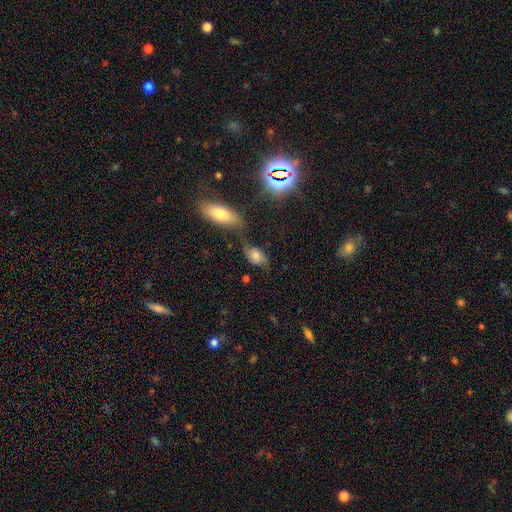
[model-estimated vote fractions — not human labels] Overall: smooth (63%; featured or disk 24%). How rounded: in between (81%). Merging: none (41%; minor disturbance 23%).